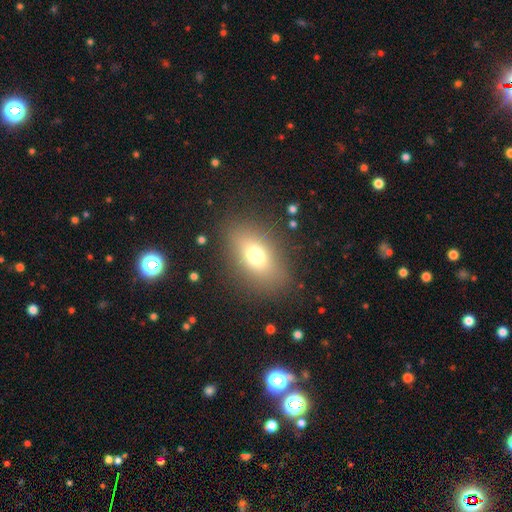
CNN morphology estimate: Smooth or featured? Predicted: smooth (p=0.71). How rounded? Predicted: in between (p=0.79). Merging? Predicted: none (p=0.83).